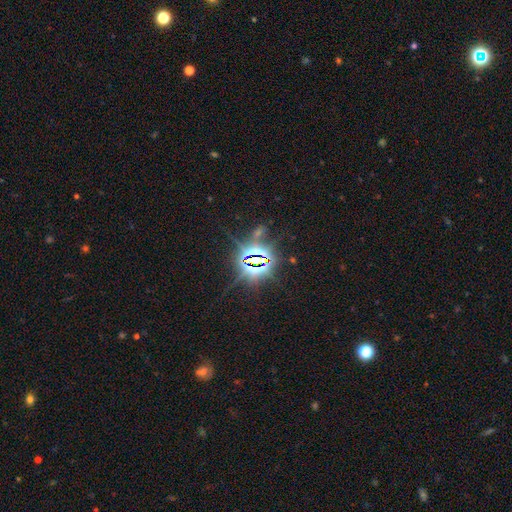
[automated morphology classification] Smooth or featured? star or artifact (84%)